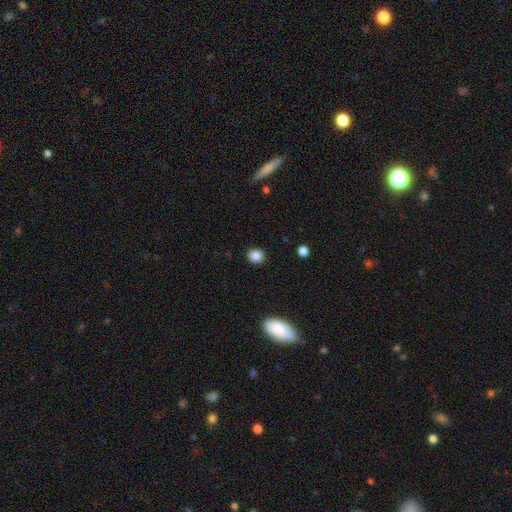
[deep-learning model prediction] Overall: smooth (86%). How rounded: round (82%). Merging: none (89%).